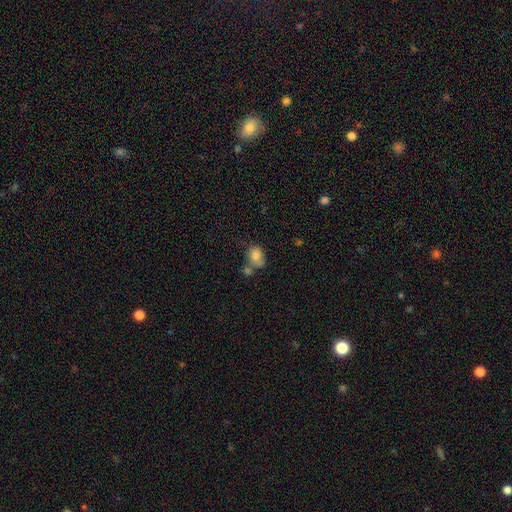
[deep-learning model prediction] Smooth or featured?
  - smooth: 78% *
  - featured or disk: 13%
  - star or artifact: 9%
How rounded?
  - in between: 51% *
  - round: 47%
  - cigar-shaped: 1%
Merging?
  - none: 39% *
  - merger: 29%
  - minor disturbance: 22%
  - major disturbance: 11%